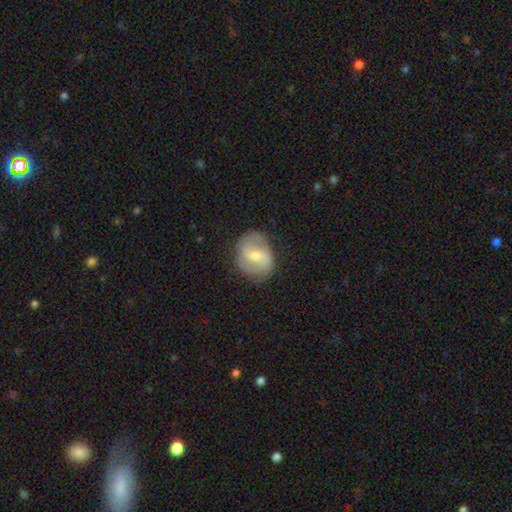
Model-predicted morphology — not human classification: Smooth or featured?
  - featured or disk: 58% *
  - smooth: 36%
  - star or artifact: 6%
Edge-on disk?
  - no: 97% *
  - yes: 3%
Bar?
  - weak: 51% *
  - no: 26%
  - strong: 23%
Spiral arms?
  - yes: 76% *
  - no: 24%
Bulge size?
  - moderate: 57% *
  - small: 37%
  - large: 4%
  - none: 2%
  - dominant: 1%
Merging?
  - none: 73% *
  - minor disturbance: 19%
  - major disturbance: 7%
  - merger: 1%